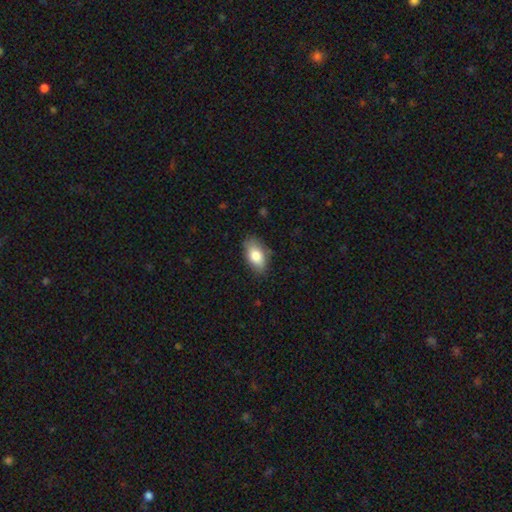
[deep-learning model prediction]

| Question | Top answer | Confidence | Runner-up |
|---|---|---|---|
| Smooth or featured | smooth | 80% | featured or disk (13%) |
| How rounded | in between | 91% | round (6%) |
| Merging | none | 73% | minor disturbance (21%) |